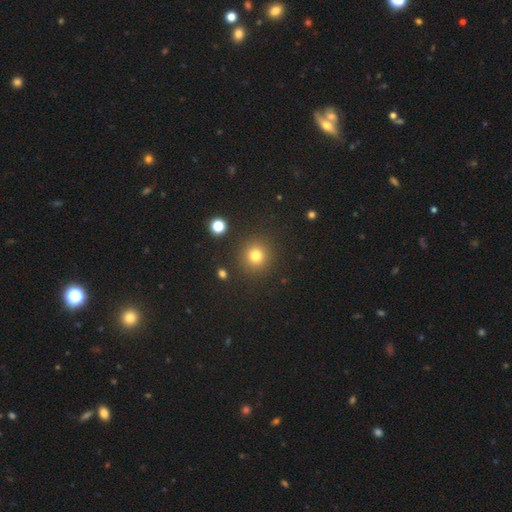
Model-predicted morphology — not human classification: Q: Smooth or featured?
A: smooth (79%); runner-up: star or artifact (15%)
Q: How rounded?
A: round (93%); runner-up: in between (6%)
Q: Merging?
A: none (90%); runner-up: minor disturbance (6%)